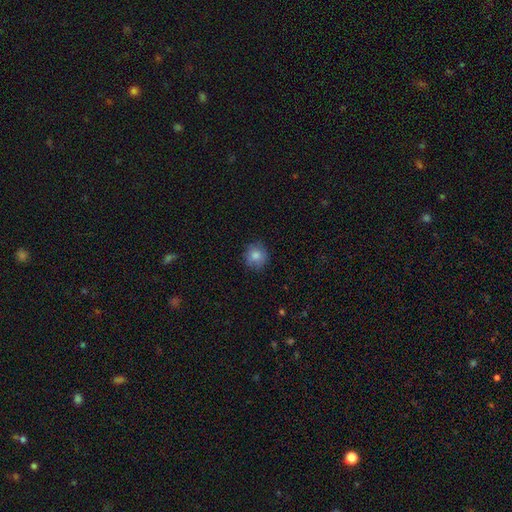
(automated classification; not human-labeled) This appears to be a smooth galaxy with no disk features (82%) that is round (88%). Merging: none (83%).